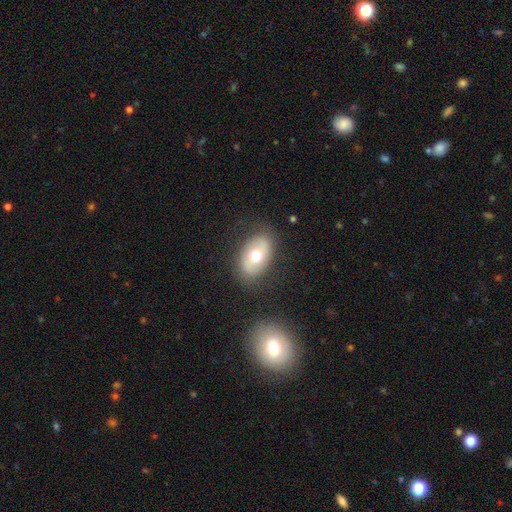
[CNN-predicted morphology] This is possibly a smooth galaxy (54%). How rounded: clearly in between (87%). Merging: clearly none (81%).